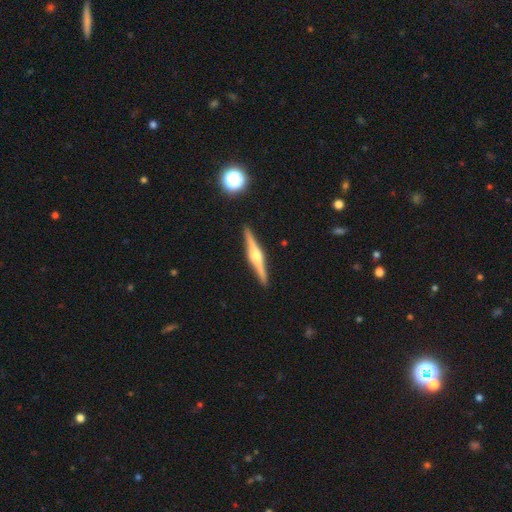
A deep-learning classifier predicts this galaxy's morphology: This appears to be a featured or disk galaxy (80%) viewed edge-on (98%) with a rounded central bulge (89%). Merging: none (92%).